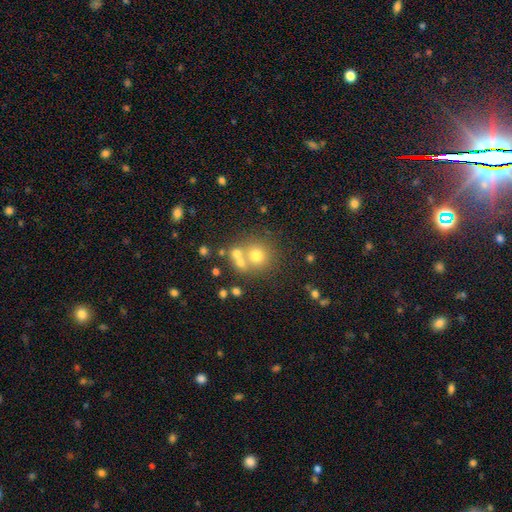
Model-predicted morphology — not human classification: type=smooth (63%); roundness=round (84%); merging=none (49%).